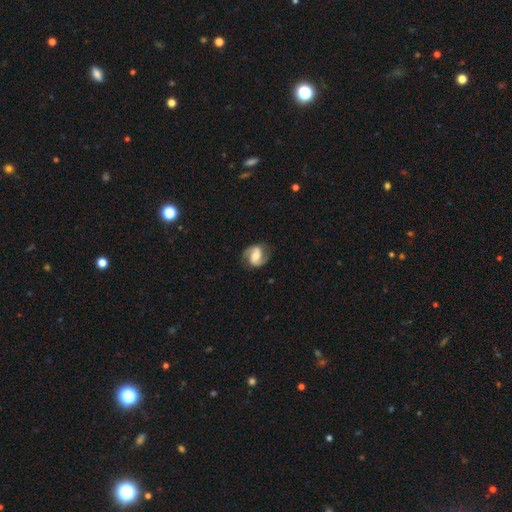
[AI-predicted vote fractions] The model was most divided on "bar": weak: 44%, no: 31%, strong: 25%. More confident: edge-on disk — no (98%); spiral arms — yes (96%); spiral arm count — 2 (93%); smooth or featured — featured or disk (83%); merging — none (82%); bulge size — moderate (53%); spiral winding — medium (50%).